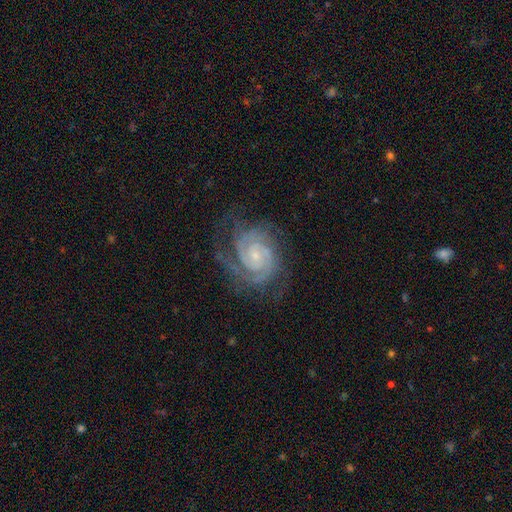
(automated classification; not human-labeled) Q: Smooth or featured?
A: featured or disk (92%); runner-up: star or artifact (5%)
Q: Edge-on disk?
A: no (98%); runner-up: yes (2%)
Q: Bar?
A: no (65%); runner-up: weak (27%)
Q: Spiral arms?
A: yes (99%); runner-up: no (1%)
Q: Spiral winding?
A: tight (76%); runner-up: medium (21%)
Q: Spiral arm count?
A: 2 (57%); runner-up: 3 (20%)
Q: Bulge size?
A: small (76%); runner-up: moderate (18%)
Q: Merging?
A: none (72%); runner-up: minor disturbance (18%)